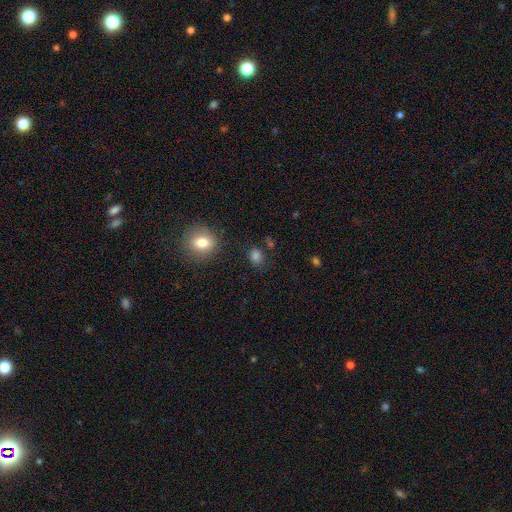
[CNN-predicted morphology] Smooth or featured: smooth — 80% (star or artifact — 14%)
How rounded: in between — 53% (round — 46%)
Merging: none — 75% (minor disturbance — 16%)